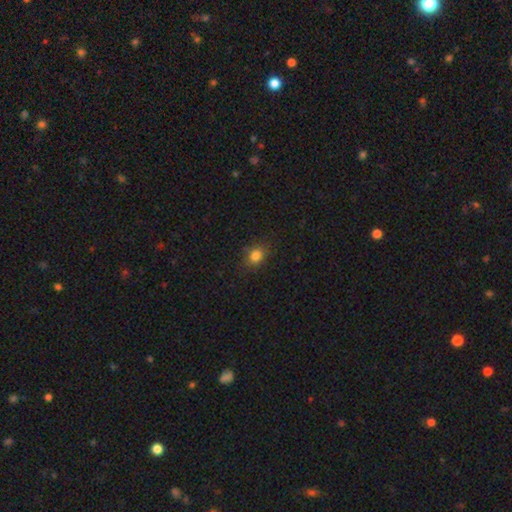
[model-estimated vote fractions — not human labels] Smooth or featured?
  - smooth: 81% *
  - star or artifact: 13%
  - featured or disk: 6%
How rounded?
  - in between: 51% *
  - round: 48%
  - cigar-shaped: 1%
Merging?
  - none: 83% *
  - minor disturbance: 13%
  - major disturbance: 3%
  - merger: 1%